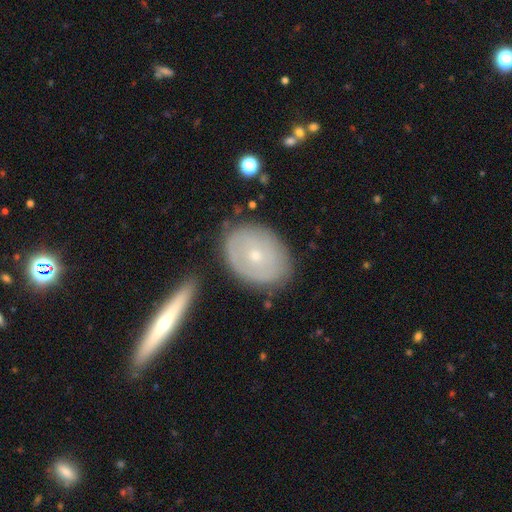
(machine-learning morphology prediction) This appears to be a featured or disk galaxy (51%). Merging: none (77%).